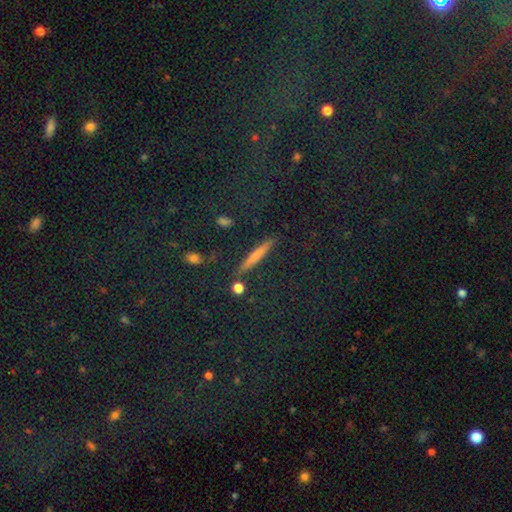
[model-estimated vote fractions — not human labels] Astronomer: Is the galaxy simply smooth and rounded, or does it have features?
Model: smooth — 58%.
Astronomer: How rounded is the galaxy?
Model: cigar-shaped — 84%.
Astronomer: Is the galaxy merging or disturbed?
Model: none — 86%.